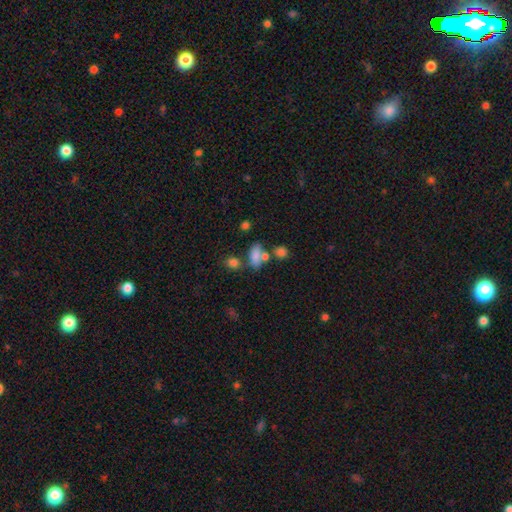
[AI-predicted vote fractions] Overall: smooth (76%). How rounded: in between (80%). Merging: none (45%; merger 31%).